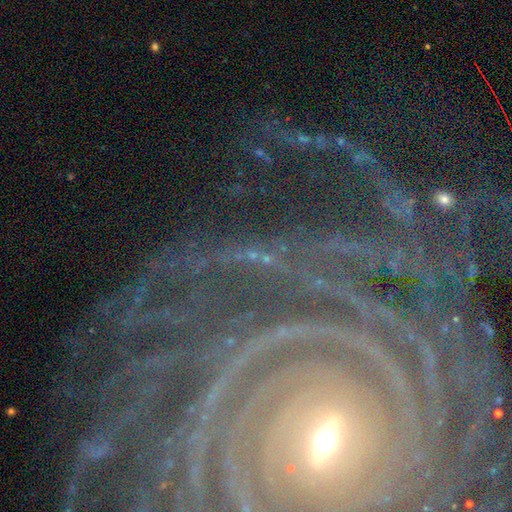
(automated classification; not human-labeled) star or artifact 47%, featured or disk 41%, smooth 11%.